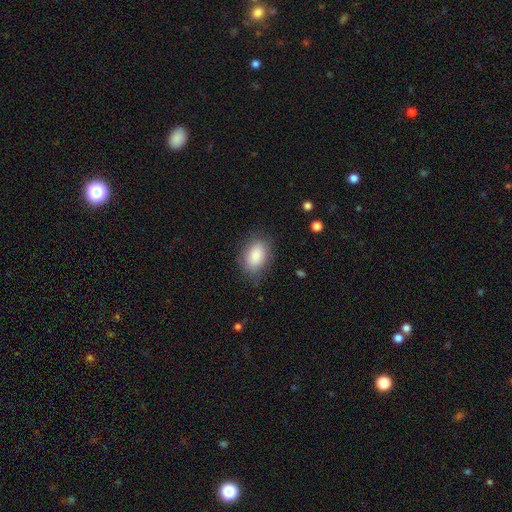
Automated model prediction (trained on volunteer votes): smooth 86%, star or artifact 7%, featured or disk 7%. Down the decision tree: how rounded — in between (86%); merging — none (78%).